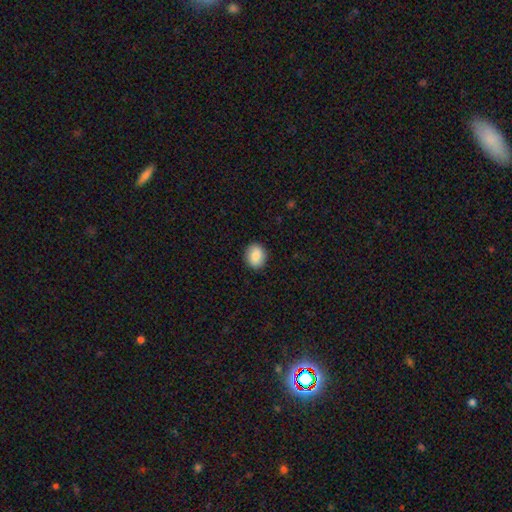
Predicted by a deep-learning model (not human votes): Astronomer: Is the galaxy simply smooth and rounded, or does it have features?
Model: smooth — 87%.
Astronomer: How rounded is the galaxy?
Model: round — 54% (runner-up: in between, 45%).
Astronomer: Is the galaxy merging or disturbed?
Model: none — 89%.